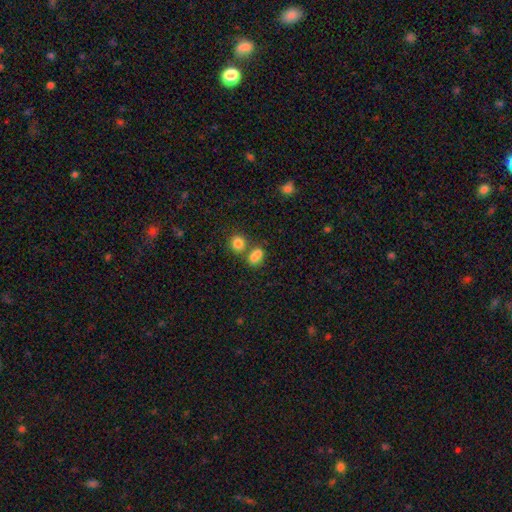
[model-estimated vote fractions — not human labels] The model was most divided on "merging" (2-way tie): none: 42%, merger: 42%, minor disturbance: 11%, major disturbance: 5%. More confident: smooth or featured — smooth (82%); how rounded — in between (73%).